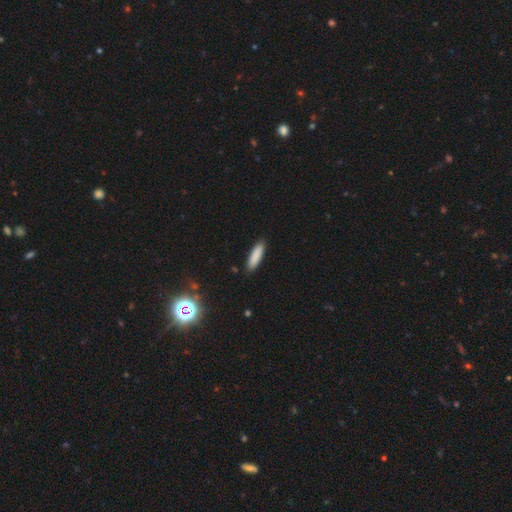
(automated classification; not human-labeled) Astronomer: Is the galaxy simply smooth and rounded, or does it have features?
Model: smooth — 87%.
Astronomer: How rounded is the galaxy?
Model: cigar-shaped — 65%.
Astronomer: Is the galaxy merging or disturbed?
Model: none — 88%.